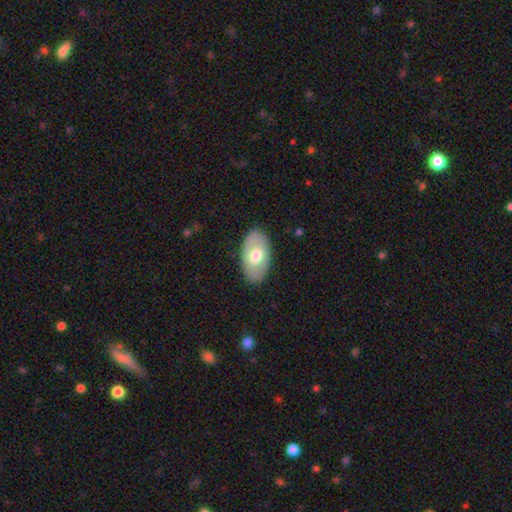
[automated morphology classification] This appears to be a smooth galaxy with no disk features (58%) that is in between round and cigar-shaped (93%). Merging: none (85%).